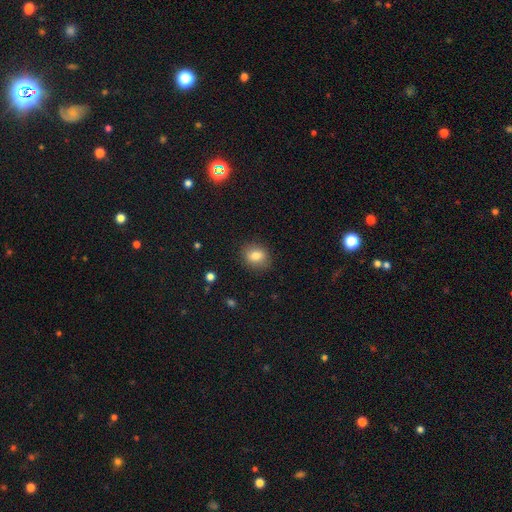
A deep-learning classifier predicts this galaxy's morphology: A smooth galaxy with no disk features (80%) that is round (60%).

Vote fractions:
- Smooth or featured? smooth: 80% / featured or disk: 10% / star or artifact: 10%
- How rounded? round: 60% / in between: 39% / cigar-shaped: 1%
- Merging? none: 86% / minor disturbance: 10% / major disturbance: 3% / merger: 1%